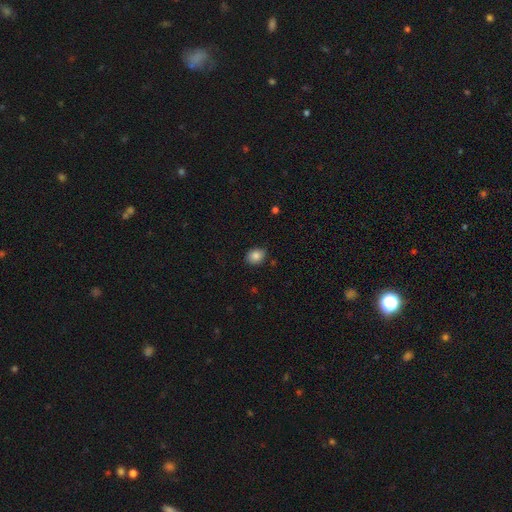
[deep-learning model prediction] smooth 84%, star or artifact 9%, featured or disk 7%. Down the decision tree: how rounded — in between (59%); merging — none (83%).